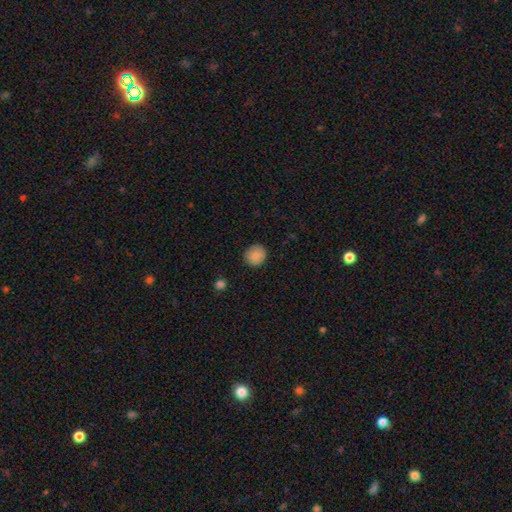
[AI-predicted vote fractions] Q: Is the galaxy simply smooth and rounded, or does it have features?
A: smooth — 87%.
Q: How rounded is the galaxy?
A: round — 92%.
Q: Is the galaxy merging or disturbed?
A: none — 89%.